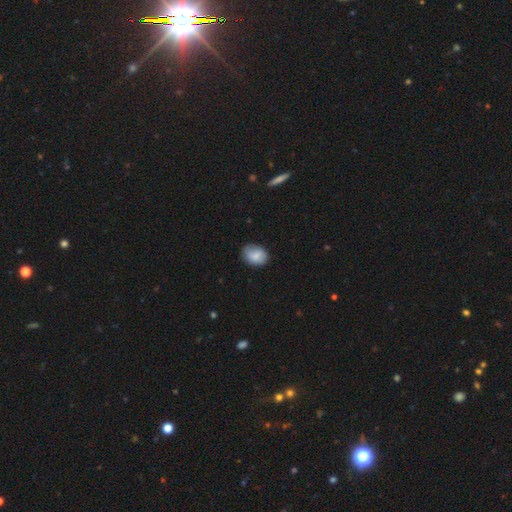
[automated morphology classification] Smooth or featured: smooth — 83% (featured or disk — 10%)
How rounded: in between — 69% (round — 30%)
Merging: none — 76% (minor disturbance — 19%)